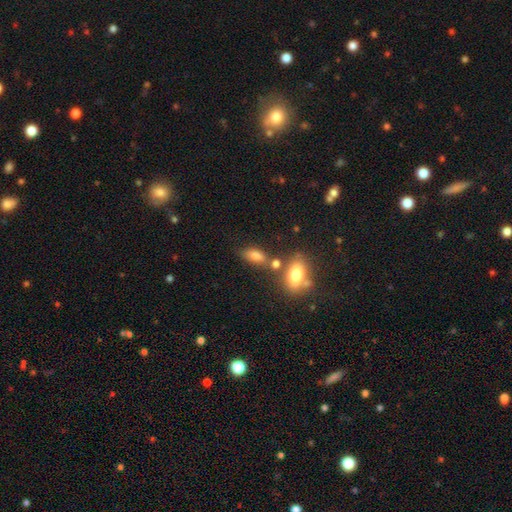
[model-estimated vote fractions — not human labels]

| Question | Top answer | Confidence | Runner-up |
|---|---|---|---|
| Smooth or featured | smooth | 79% | star or artifact (11%) |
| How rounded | in between | 81% | cigar-shaped (12%) |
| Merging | none | 57% | merger (21%) |